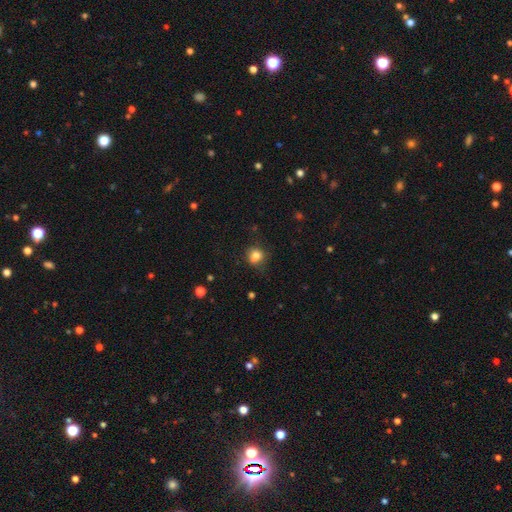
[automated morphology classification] Smooth or featured? smooth (81%)
How rounded? round (81%)
Merging? none (73%)